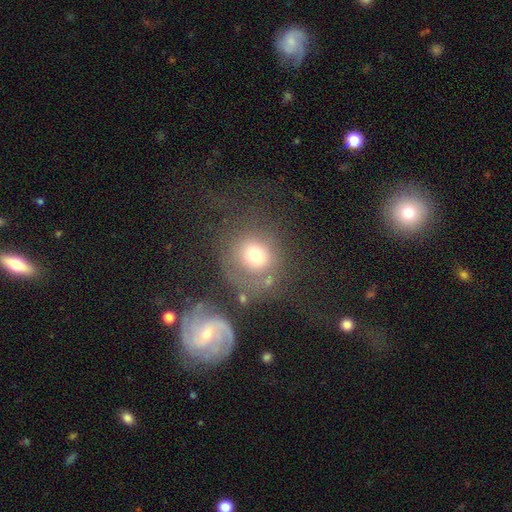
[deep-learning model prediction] smooth-or-featured: smooth: 64% | featured or disk: 21% | star or artifact: 14%
  how-rounded: round: 88% | in between: 11% | cigar-shaped: 1%
  merging: none: 56% | major disturbance: 20% | minor disturbance: 16% | merger: 8%